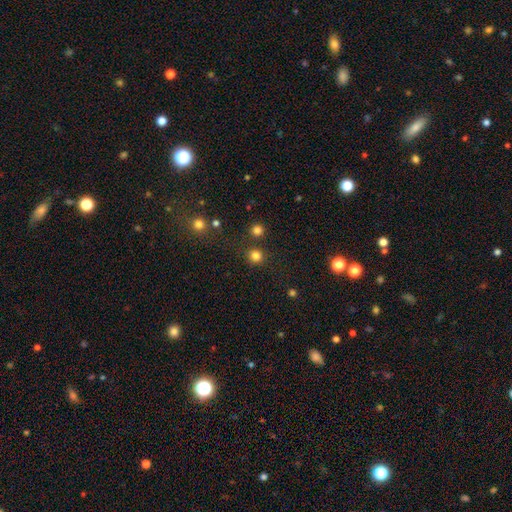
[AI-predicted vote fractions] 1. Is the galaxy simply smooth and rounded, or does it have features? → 80% smooth, 16% star or artifact, 4% featured or disk.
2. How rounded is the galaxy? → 92% round, 7% in between, 1% cigar-shaped.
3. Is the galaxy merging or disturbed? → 85% none, 6% minor disturbance, 6% merger, 3% major disturbance.